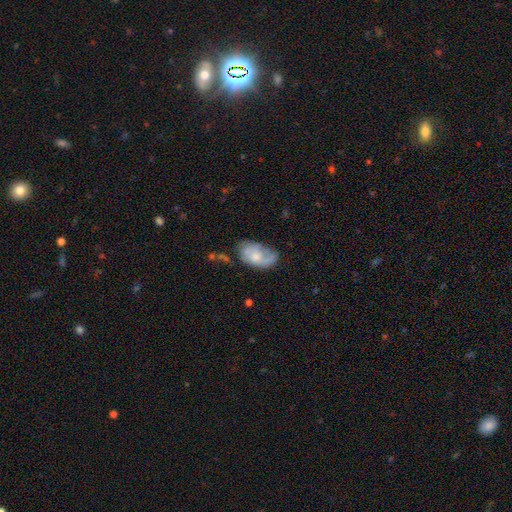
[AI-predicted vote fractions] Overall: smooth (47%; featured or disk 46%). Merging: none (48%; minor disturbance 31%).